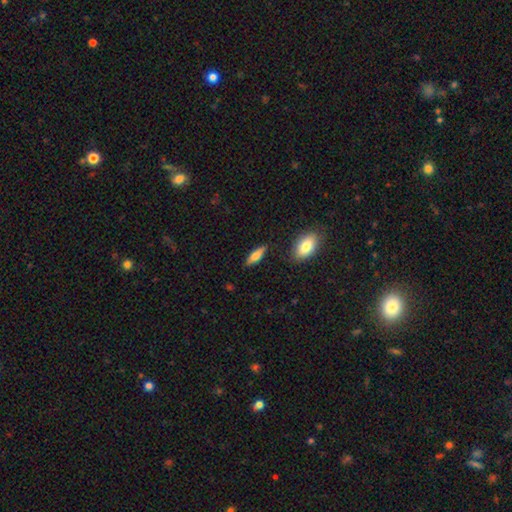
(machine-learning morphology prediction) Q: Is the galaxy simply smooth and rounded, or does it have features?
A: smooth — 66%.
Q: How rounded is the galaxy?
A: in between — 55%.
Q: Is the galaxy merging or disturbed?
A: none — 85%.